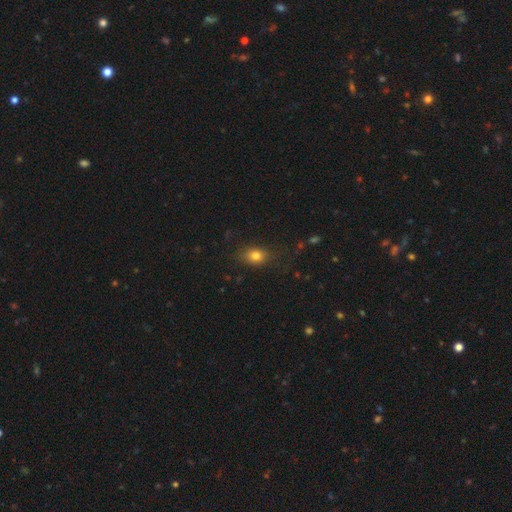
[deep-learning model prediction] Q: Smooth or featured?
A: smooth (80%); runner-up: star or artifact (11%)
Q: How rounded?
A: in between (66%); runner-up: round (32%)
Q: Merging?
A: none (77%); runner-up: minor disturbance (16%)